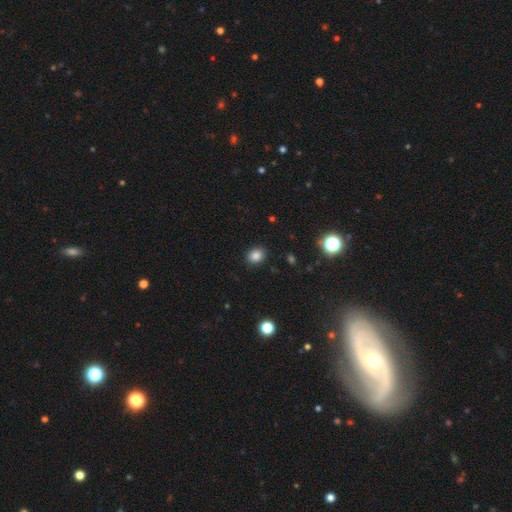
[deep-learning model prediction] Overall: smooth (84%). How rounded: round (61%; in between 38%). Merging: none (89%).